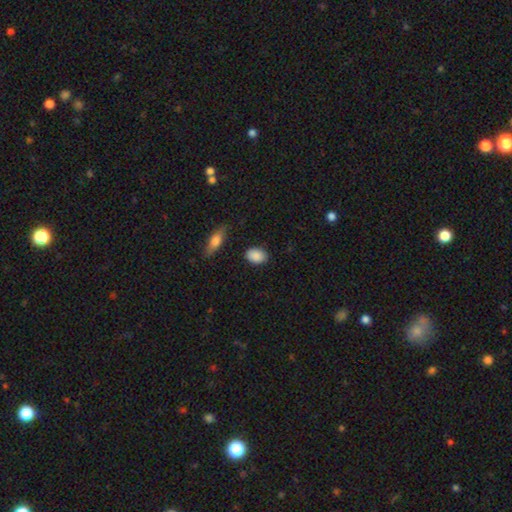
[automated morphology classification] The model was most divided on "how rounded": in between: 76%, round: 22%, cigar-shaped: 2%. More confident: smooth or featured — smooth (89%); merging — none (85%).